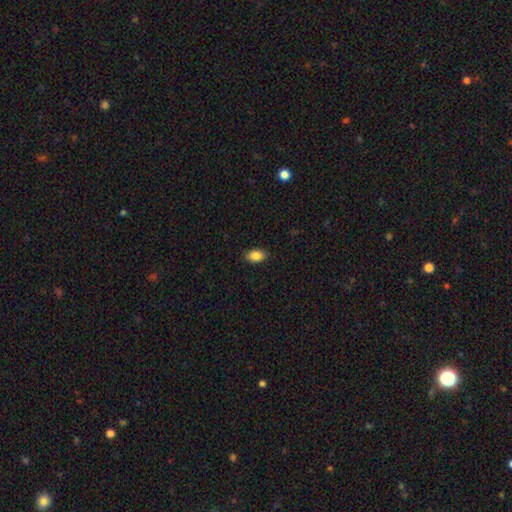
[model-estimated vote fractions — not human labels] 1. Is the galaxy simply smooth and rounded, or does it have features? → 86% smooth, 8% star or artifact, 6% featured or disk.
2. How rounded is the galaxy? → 90% in between, 7% round, 3% cigar-shaped.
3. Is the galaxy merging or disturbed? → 87% none, 10% minor disturbance, 2% major disturbance, 1% merger.